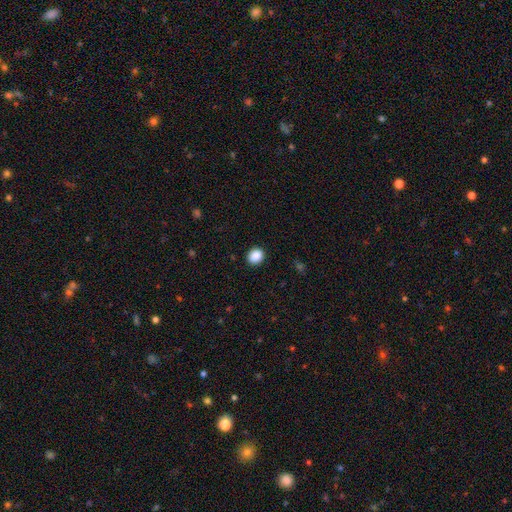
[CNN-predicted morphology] Smooth or featured?
  - smooth: 88% *
  - star or artifact: 9%
  - featured or disk: 3%
How rounded?
  - round: 69% *
  - in between: 30%
  - cigar-shaped: 1%
Merging?
  - none: 91% *
  - minor disturbance: 6%
  - major disturbance: 2%
  - merger: 1%